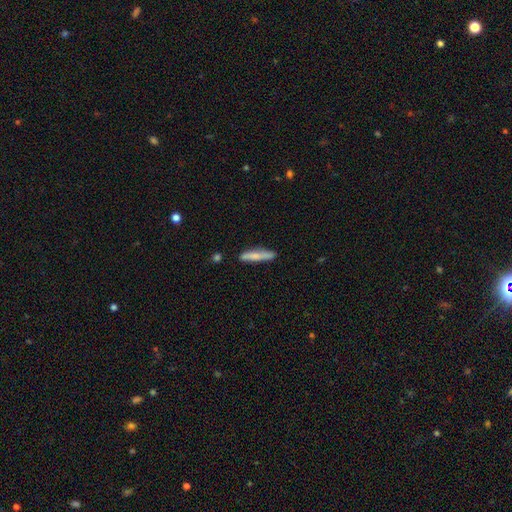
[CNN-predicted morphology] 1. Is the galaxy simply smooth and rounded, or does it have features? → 69% smooth, 25% featured or disk, 6% star or artifact.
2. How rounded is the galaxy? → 90% cigar-shaped, 9% in between, 1% round.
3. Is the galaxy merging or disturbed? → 84% none, 12% minor disturbance, 2% merger, 2% major disturbance.